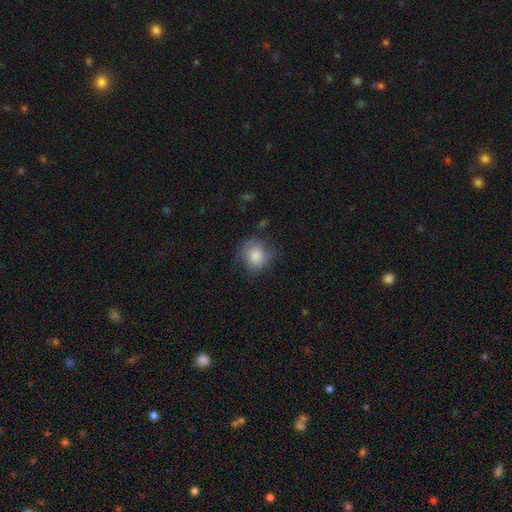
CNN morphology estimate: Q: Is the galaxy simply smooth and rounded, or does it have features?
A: smooth — 81%.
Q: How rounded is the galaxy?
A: round — 83%.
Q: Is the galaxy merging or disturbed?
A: none — 62%.